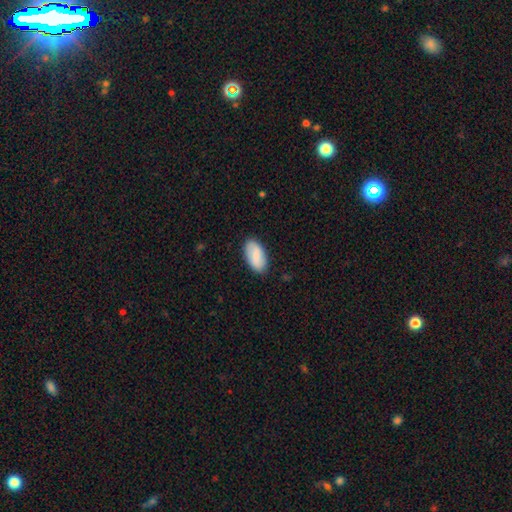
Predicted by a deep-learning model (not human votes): Q: Smooth or featured?
A: smooth (78%); runner-up: featured or disk (16%)
Q: How rounded?
A: in between (95%); runner-up: round (3%)
Q: Merging?
A: none (85%); runner-up: minor disturbance (11%)